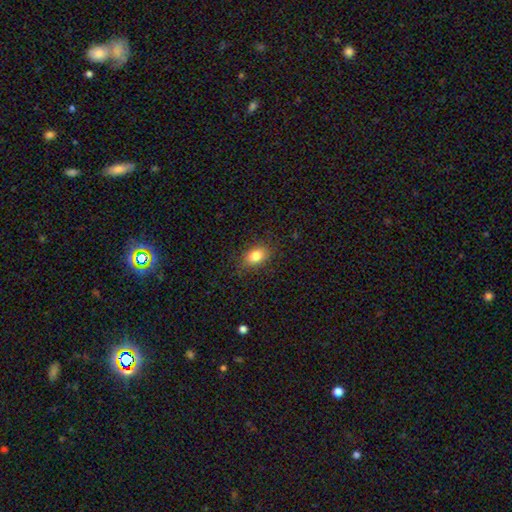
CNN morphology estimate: smooth-or-featured: smooth: 82% | star or artifact: 10% | featured or disk: 8%
  how-rounded: in between: 78% | round: 21% | cigar-shaped: 2%
  merging: none: 84% | minor disturbance: 12% | major disturbance: 3% | merger: 1%